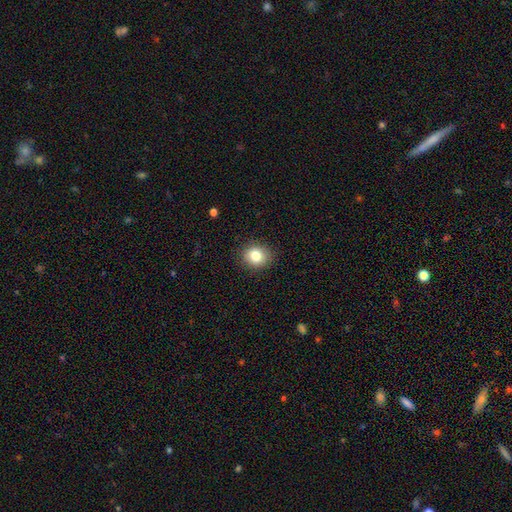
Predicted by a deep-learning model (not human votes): Smooth or featured: smooth — 81% (star or artifact — 11%)
How rounded: round — 75% (in between — 24%)
Merging: none — 89% (minor disturbance — 7%)